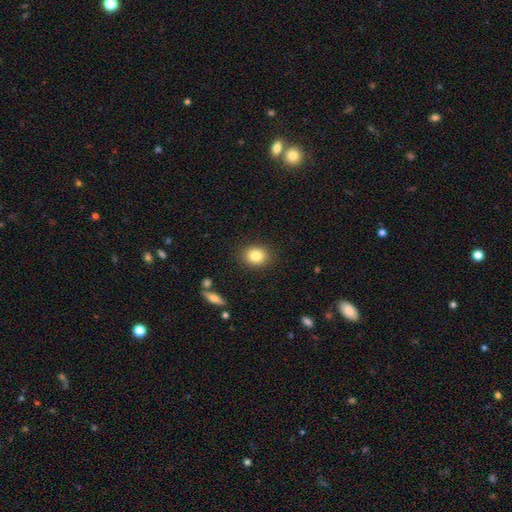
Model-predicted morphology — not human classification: Overall: smooth (82%). How rounded: round (62%; in between 37%). Merging: none (88%).